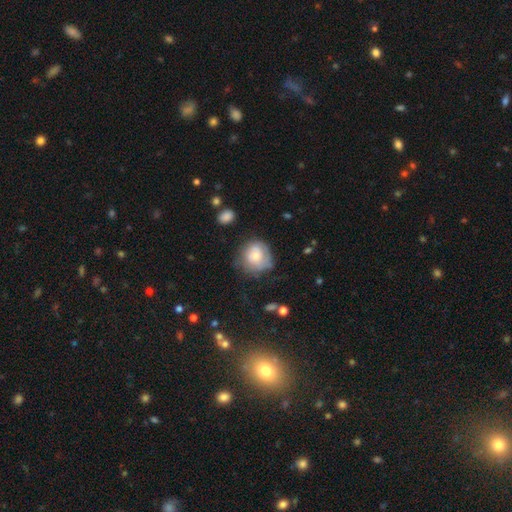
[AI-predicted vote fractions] The model was most divided on "smooth or featured": smooth: 57%, featured or disk: 35%, star or artifact: 8%. More confident: how rounded — round (81%); merging — none (54%).